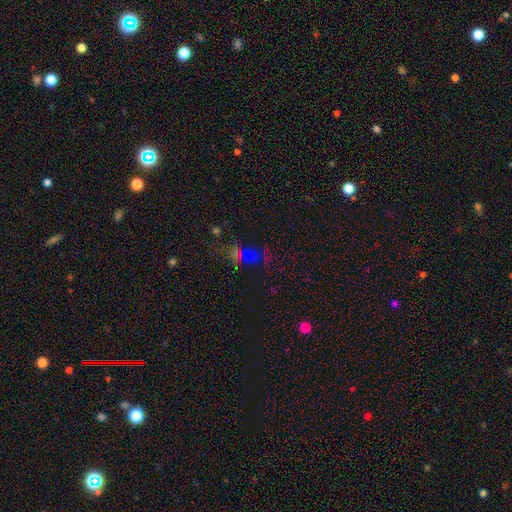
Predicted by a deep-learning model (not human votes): This appears to be a star or artifact, not a galaxy (50%).